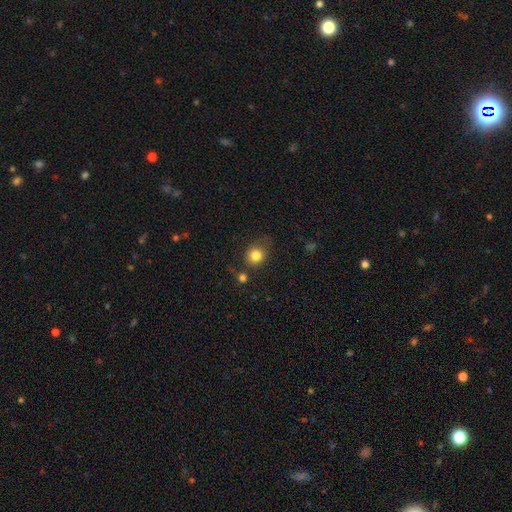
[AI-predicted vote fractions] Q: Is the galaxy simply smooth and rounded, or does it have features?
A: smooth — 82%.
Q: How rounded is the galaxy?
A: round — 84%.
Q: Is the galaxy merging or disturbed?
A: none — 69%.